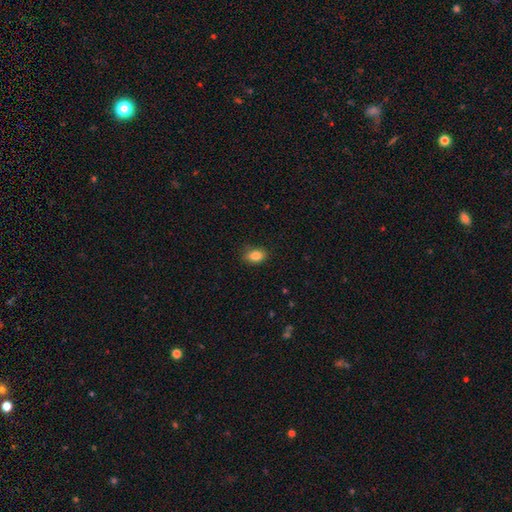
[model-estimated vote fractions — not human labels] smooth 85%, star or artifact 9%, featured or disk 6%. Down the decision tree: how rounded — in between (82%); merging — none (84%).